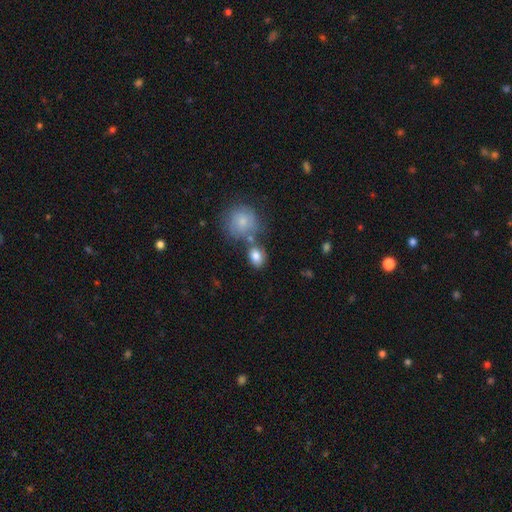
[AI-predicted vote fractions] Q: Smooth or featured?
A: smooth (82%); runner-up: featured or disk (10%)
Q: How rounded?
A: in between (55%); runner-up: round (44%)
Q: Merging?
A: none (56%); runner-up: merger (23%)